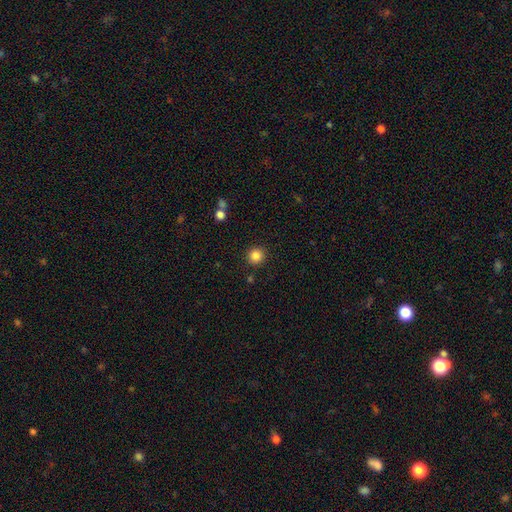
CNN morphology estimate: smooth_or_featured: smooth (p=0.85) [alt: star or artifact p=0.11]
how_rounded: round (p=0.93) [alt: in between p=0.06]
merging: none (p=0.91) [alt: minor disturbance p=0.05]